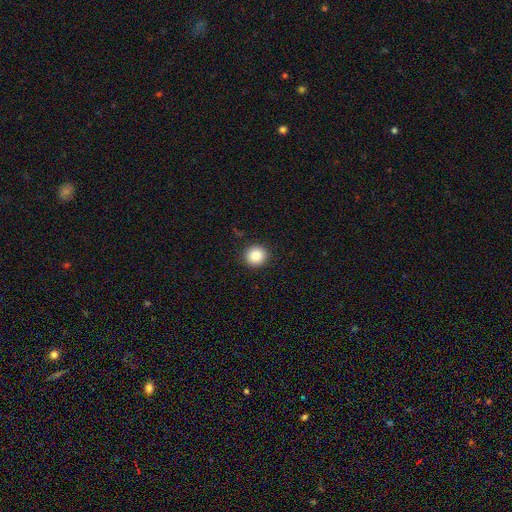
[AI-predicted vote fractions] Smooth or featured? Predicted: smooth (p=0.87). How rounded? Predicted: round (p=0.89). Merging? Predicted: none (p=0.92).